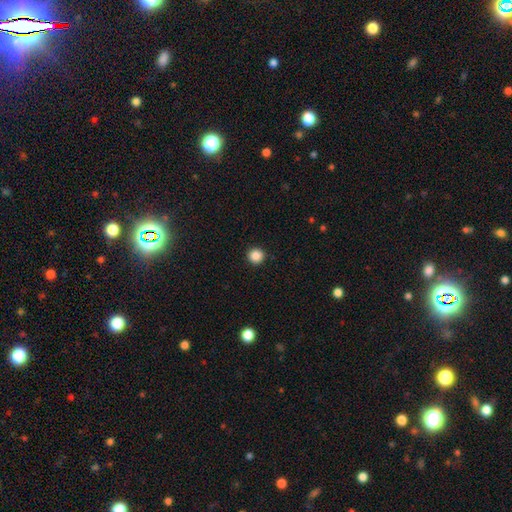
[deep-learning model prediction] Smooth or featured? smooth (87%)
How rounded? round (95%)
Merging? none (93%)